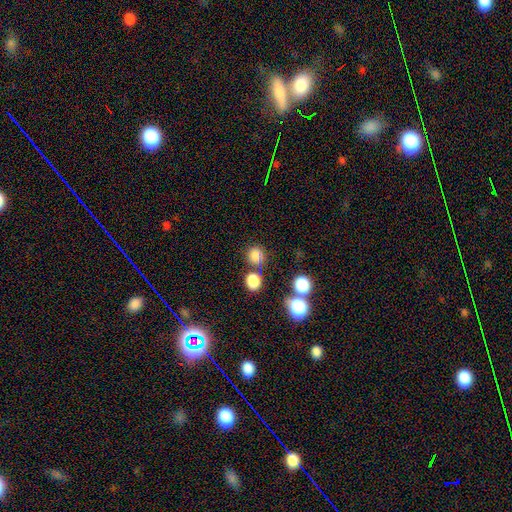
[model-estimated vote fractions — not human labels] Morphology: type=smooth (72%); roundness=round (85%); merging=none (71%).